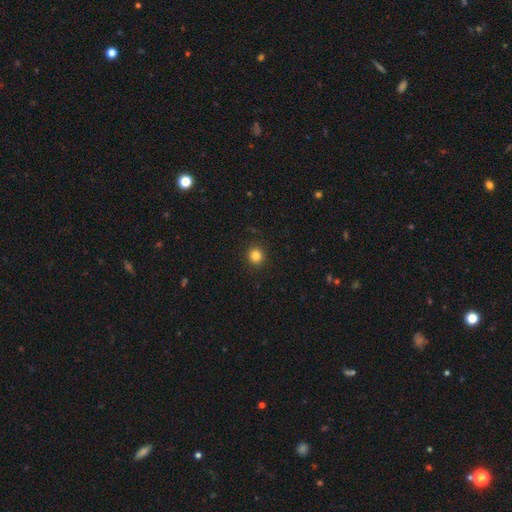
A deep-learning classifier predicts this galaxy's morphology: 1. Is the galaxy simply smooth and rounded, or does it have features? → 83% smooth, 13% star or artifact, 5% featured or disk.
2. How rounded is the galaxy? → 93% round, 6% in between, 1% cigar-shaped.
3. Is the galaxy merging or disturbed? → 92% none, 5% minor disturbance, 2% major disturbance, 1% merger.